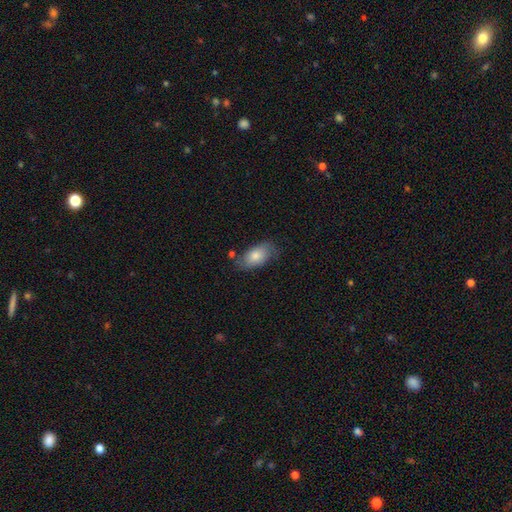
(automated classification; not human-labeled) This appears to be a smooth galaxy with no disk features (77%) that is in between round and cigar-shaped (92%). Merging: none (67%).